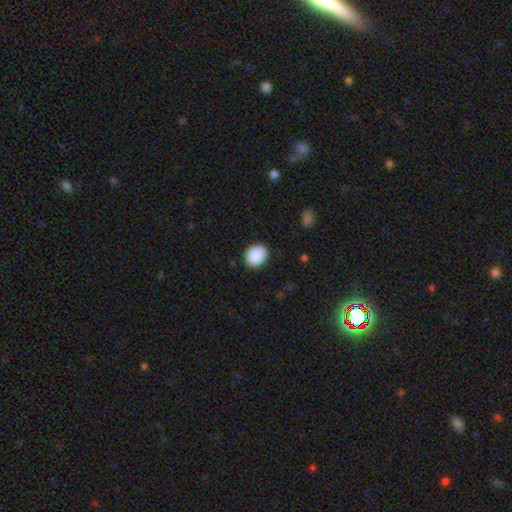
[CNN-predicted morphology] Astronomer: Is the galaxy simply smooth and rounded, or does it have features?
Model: smooth — 88%.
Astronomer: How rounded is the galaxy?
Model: round — 60% (runner-up: in between, 40%).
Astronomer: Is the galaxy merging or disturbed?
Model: none — 84%.